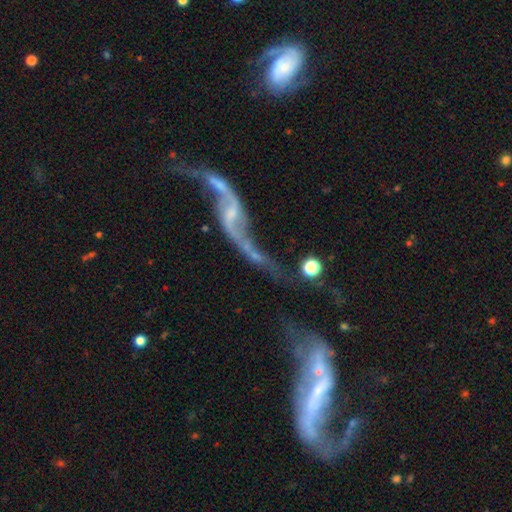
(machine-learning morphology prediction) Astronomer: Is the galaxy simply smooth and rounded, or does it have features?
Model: featured or disk — 76%.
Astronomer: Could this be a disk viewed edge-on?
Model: no — 87%.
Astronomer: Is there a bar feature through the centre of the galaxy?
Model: no — 42% (runner-up: weak, 40%).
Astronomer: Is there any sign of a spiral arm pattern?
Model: yes — 81%.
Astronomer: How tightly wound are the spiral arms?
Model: loose — 92%.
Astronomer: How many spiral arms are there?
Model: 2 — 89%.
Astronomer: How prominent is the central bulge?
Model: small — 42% (runner-up: none, 33%).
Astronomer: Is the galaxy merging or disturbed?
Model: none — 36% (runner-up: merger, 28%).